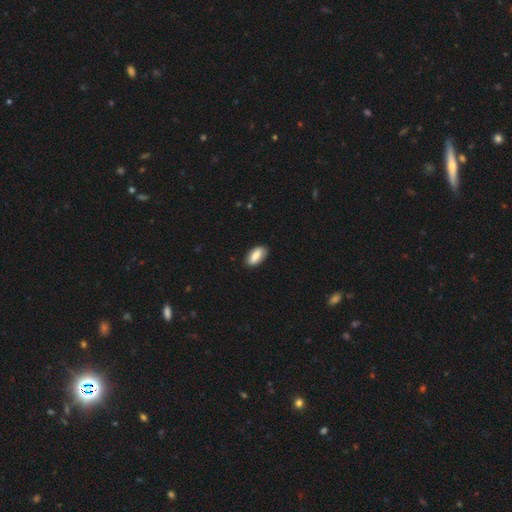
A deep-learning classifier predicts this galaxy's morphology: Smooth or featured: smooth — 83% (featured or disk — 11%)
How rounded: in between — 91% (cigar-shaped — 6%)
Merging: none — 87% (minor disturbance — 10%)